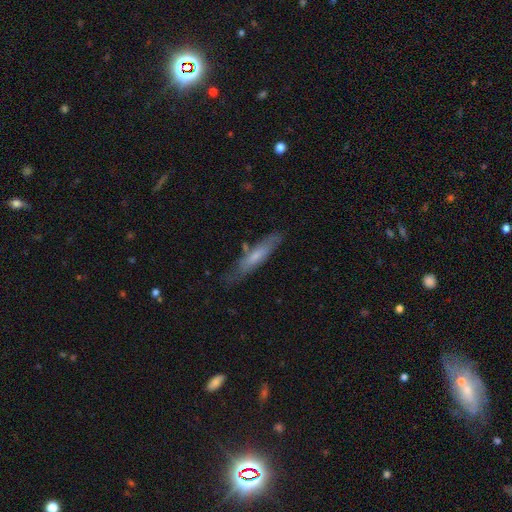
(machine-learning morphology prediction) This appears to be a smooth galaxy with no disk features (55%) that is cigar-shaped (83%). Merging: none (71%).